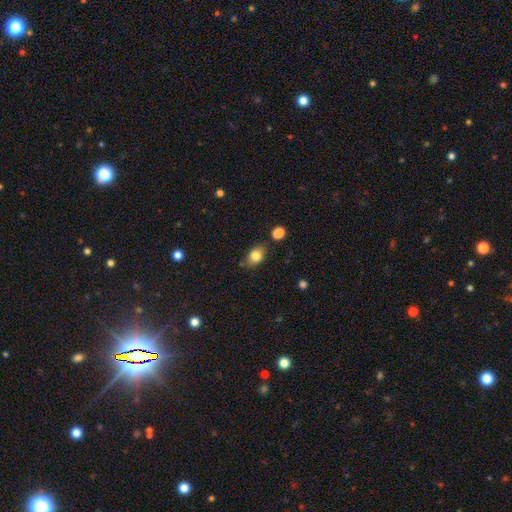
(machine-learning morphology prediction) This appears to be a smooth galaxy with no disk features (81%) that is in between round and cigar-shaped (75%). Merging: none (75%).